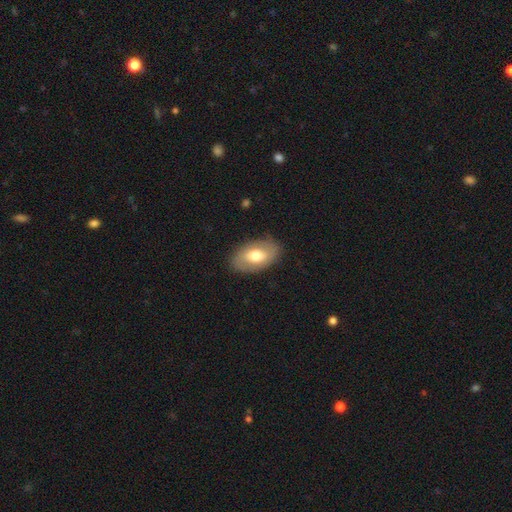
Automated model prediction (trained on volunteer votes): Morphology: type=smooth (61%); roundness=in between (91%); merging=none (83%).